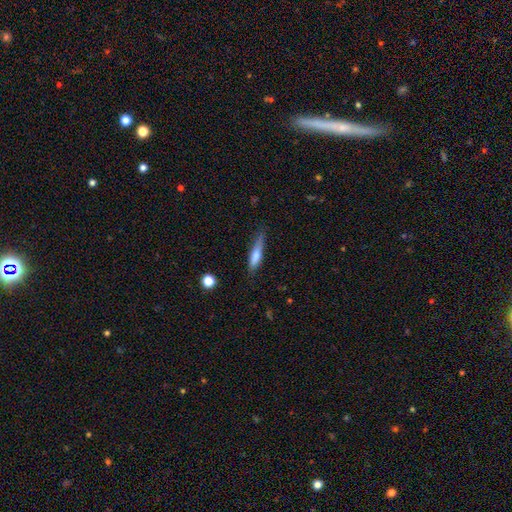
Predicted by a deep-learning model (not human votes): Morphology: type=smooth (67%); roundness=cigar-shaped (83%); merging=none (71%).